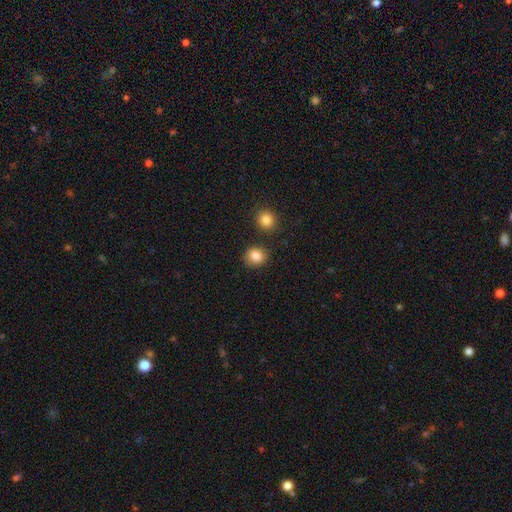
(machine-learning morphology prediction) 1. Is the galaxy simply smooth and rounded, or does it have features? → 85% smooth, 10% star or artifact, 5% featured or disk.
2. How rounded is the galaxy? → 75% round, 24% in between, 1% cigar-shaped.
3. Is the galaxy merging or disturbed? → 80% none, 11% minor disturbance, 6% merger, 3% major disturbance.